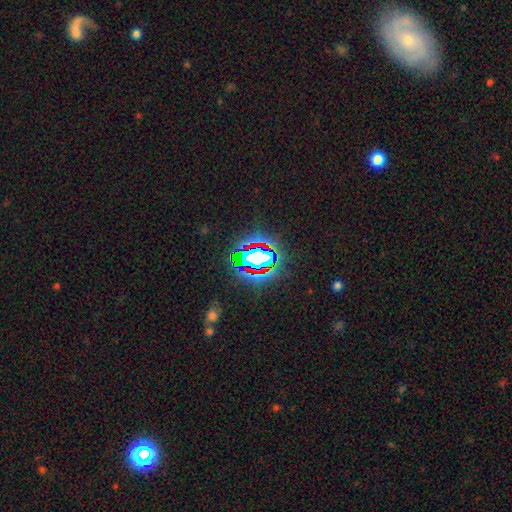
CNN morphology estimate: Smooth or featured: star or artifact — 68% (smooth — 19%)